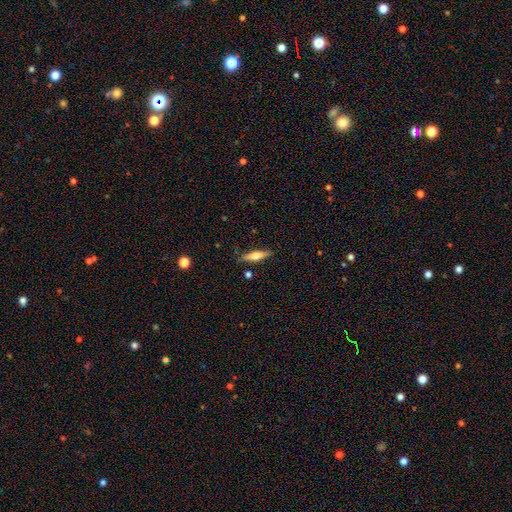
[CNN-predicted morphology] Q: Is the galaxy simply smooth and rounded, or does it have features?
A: smooth — 52%.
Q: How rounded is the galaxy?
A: cigar-shaped — 72%.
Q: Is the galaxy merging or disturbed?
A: none — 84%.